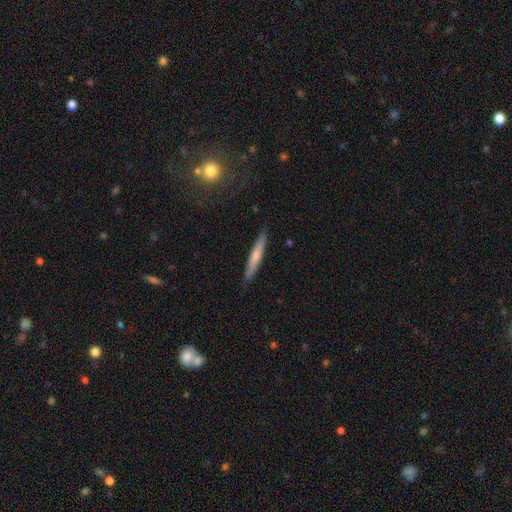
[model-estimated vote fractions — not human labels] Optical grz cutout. It shows a smooth galaxy with no disk features (63%) that is cigar-shaped (95%). Merging: none (89%).